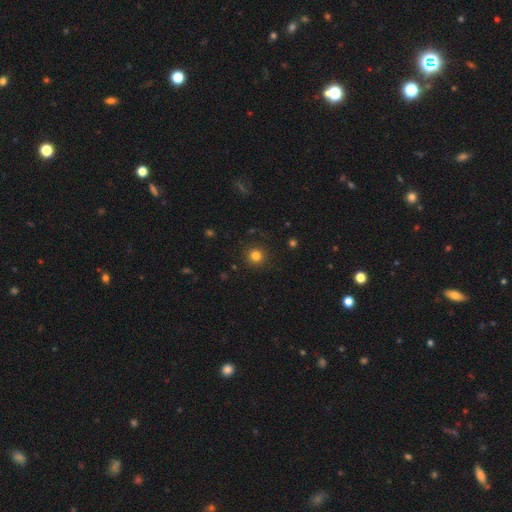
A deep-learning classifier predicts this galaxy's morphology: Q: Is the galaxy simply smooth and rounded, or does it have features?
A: smooth — 81%.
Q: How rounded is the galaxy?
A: round — 94%.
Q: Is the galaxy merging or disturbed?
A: none — 90%.